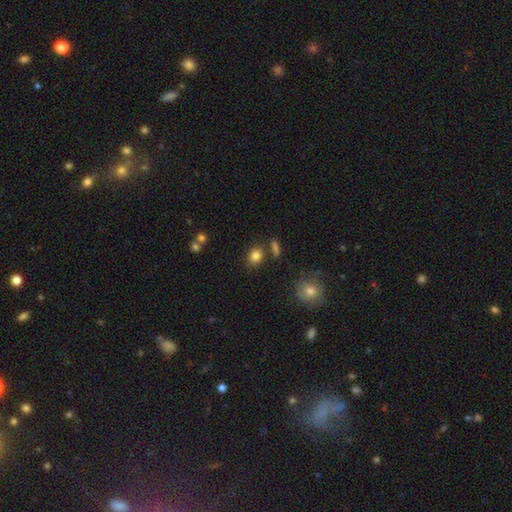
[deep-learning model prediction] A smooth galaxy with no disk features (82%) that is in between round and cigar-shaped (53%). Merging: none (77%).